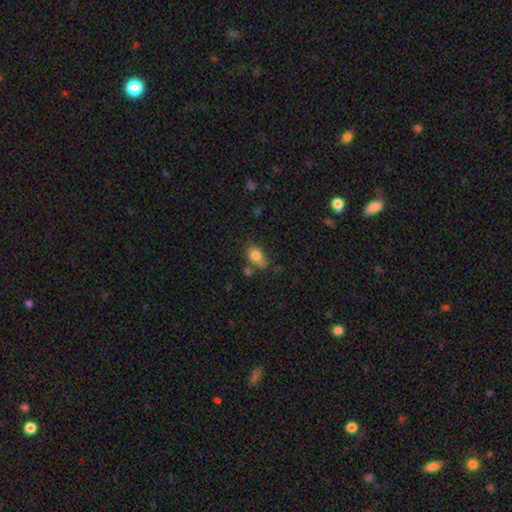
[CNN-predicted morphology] smooth-or-featured: smooth: 79% | featured or disk: 11% | star or artifact: 10%
  how-rounded: in between: 65% | round: 33% | cigar-shaped: 2%
  merging: none: 48% | minor disturbance: 27% | merger: 15% | major disturbance: 10%